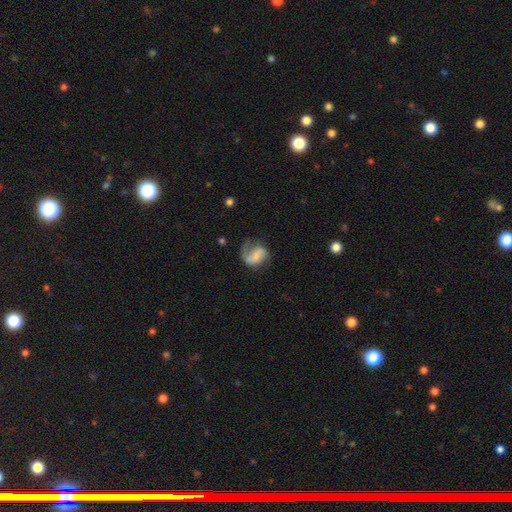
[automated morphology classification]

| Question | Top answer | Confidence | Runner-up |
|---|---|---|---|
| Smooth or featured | featured or disk | 61% | smooth (32%) |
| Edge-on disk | no | 98% | yes (2%) |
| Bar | no | 45% | weak (38%) |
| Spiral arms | yes | 89% | no (11%) |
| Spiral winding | loose | 43% | medium (39%) |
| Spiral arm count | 2 | 47% | 1 (45%) |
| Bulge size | none | 45% | small (30%) |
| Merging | none | 42% | major disturbance (31%) |